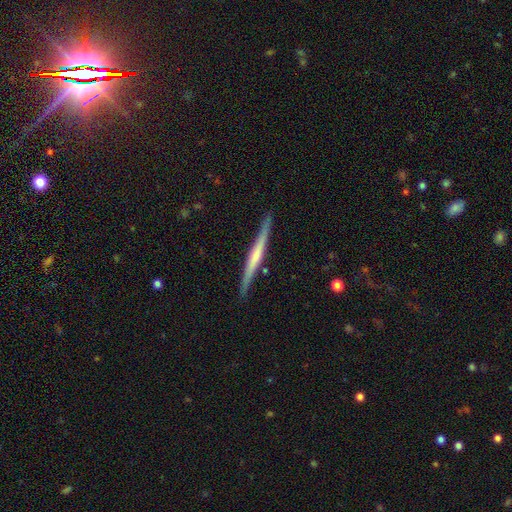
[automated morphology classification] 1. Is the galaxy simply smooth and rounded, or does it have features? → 63% featured or disk, 32% smooth, 5% star or artifact.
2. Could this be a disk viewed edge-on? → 97% yes, 3% no.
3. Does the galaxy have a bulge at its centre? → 50% none, 36% rounded, 14% boxy.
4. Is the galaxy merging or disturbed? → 86% none, 10% minor disturbance, 2% major disturbance, 2% merger.